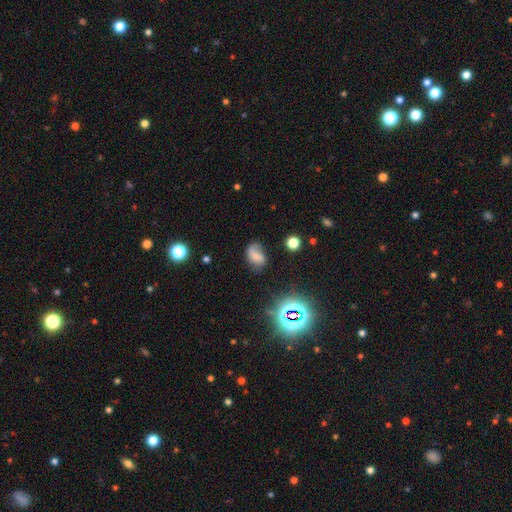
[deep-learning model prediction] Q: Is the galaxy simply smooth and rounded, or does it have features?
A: smooth — 48%.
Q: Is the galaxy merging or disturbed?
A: none — 51%.